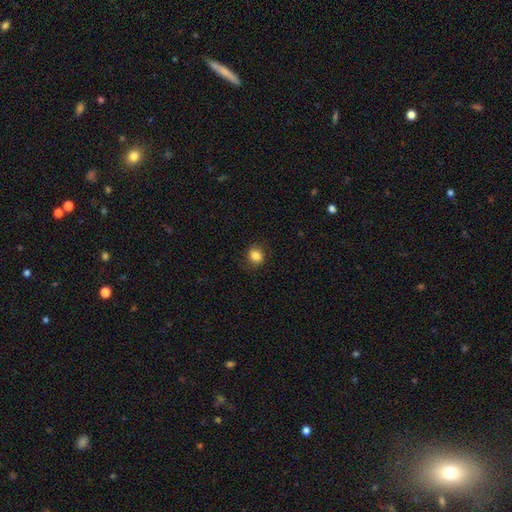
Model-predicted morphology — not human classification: Smooth or featured?
  - smooth: 84% *
  - star or artifact: 10%
  - featured or disk: 6%
How rounded?
  - round: 72% *
  - in between: 27%
  - cigar-shaped: 1%
Merging?
  - none: 85% *
  - minor disturbance: 11%
  - major disturbance: 3%
  - merger: 1%